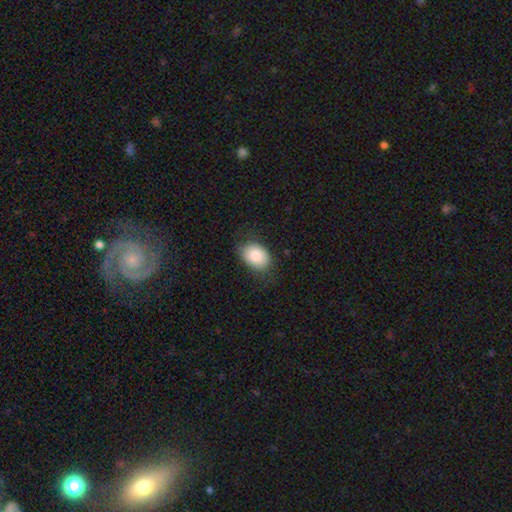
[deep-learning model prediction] smooth-or-featured: smooth: 86% | featured or disk: 8% | star or artifact: 7%
  how-rounded: in between: 80% | round: 19% | cigar-shaped: 1%
  merging: none: 72% | minor disturbance: 21% | major disturbance: 6% | merger: 1%